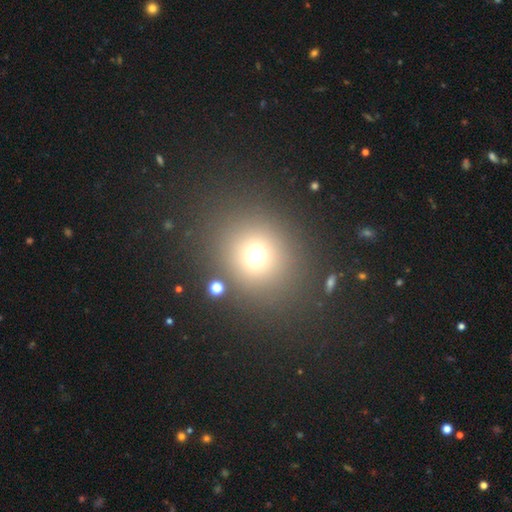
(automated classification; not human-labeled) smooth-or-featured: smooth: 69% | star or artifact: 22% | featured or disk: 9%
  how-rounded: round: 80% | in between: 18% | cigar-shaped: 1%
  merging: none: 82% | minor disturbance: 8% | major disturbance: 5% | merger: 5%